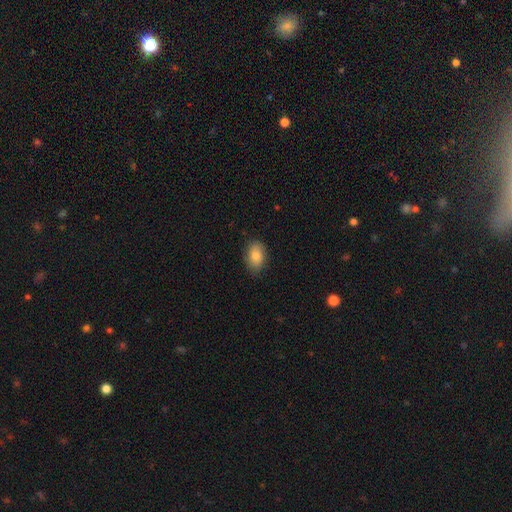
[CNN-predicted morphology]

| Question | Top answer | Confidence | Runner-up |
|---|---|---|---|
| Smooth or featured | smooth | 82% | featured or disk (11%) |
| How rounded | in between | 81% | round (17%) |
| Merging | none | 82% | minor disturbance (14%) |